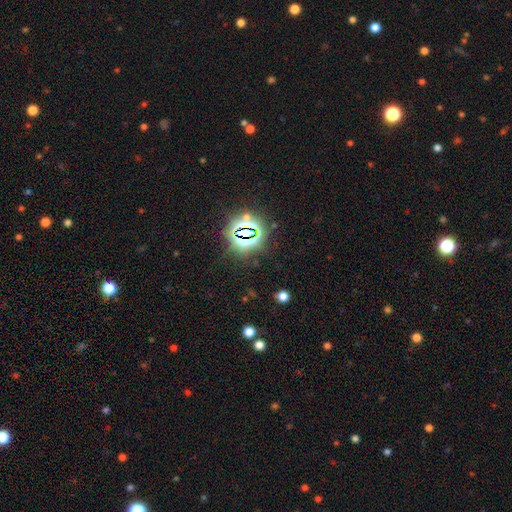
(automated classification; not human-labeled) Smooth or featured?
  - star or artifact: 82% *
  - smooth: 11%
  - featured or disk: 7%